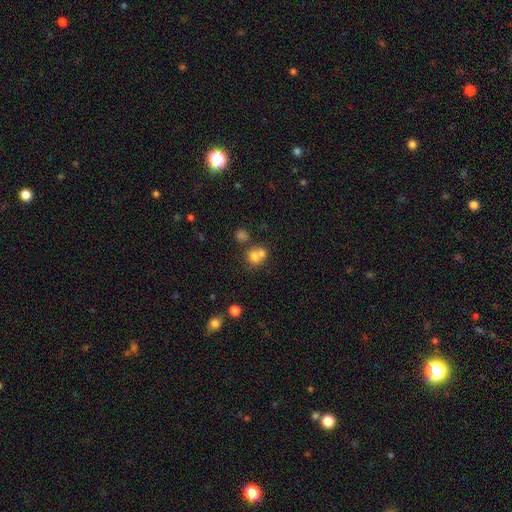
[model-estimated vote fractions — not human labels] This is likely a smooth galaxy (71%). How rounded: likely round (73%). Merging: possibly merger (57%).